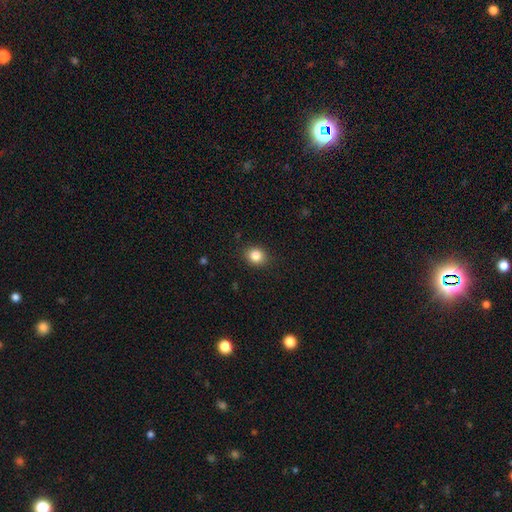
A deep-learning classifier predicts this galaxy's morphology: Q: Smooth or featured?
A: smooth (84%); runner-up: star or artifact (10%)
Q: How rounded?
A: round (64%); runner-up: in between (35%)
Q: Merging?
A: none (88%); runner-up: minor disturbance (9%)